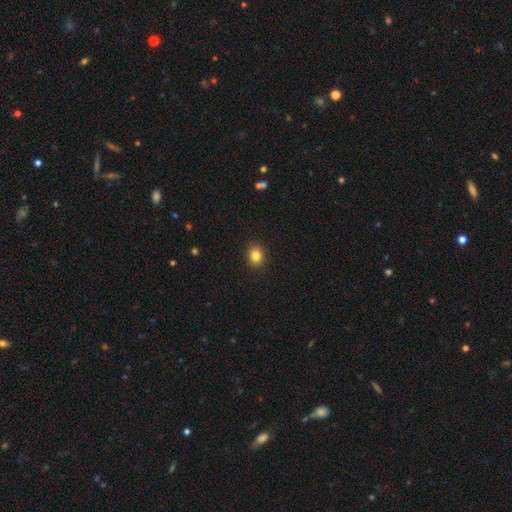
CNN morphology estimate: This is clearly a smooth galaxy (83%). How rounded: likely round (65%). Merging: clearly none (91%).